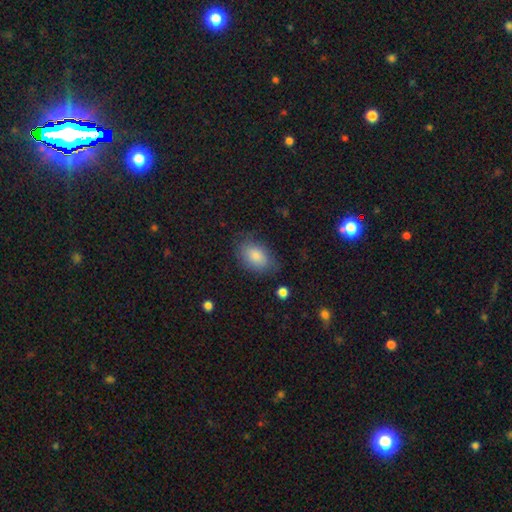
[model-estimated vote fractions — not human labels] smooth-or-featured: smooth: 83% | star or artifact: 9% | featured or disk: 8%
  how-rounded: in between: 87% | round: 12% | cigar-shaped: 2%
  merging: none: 75% | minor disturbance: 19% | major disturbance: 5% | merger: 1%